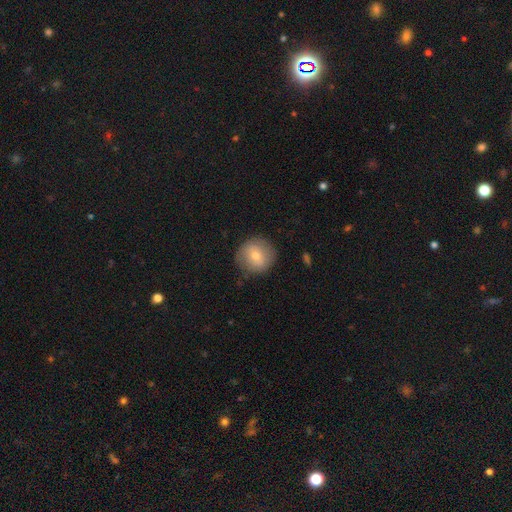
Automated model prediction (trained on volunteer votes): smooth_or_featured: smooth (p=0.69) [alt: featured or disk p=0.23]
how_rounded: round (p=0.91) [alt: in between p=0.08]
merging: none (p=0.82) [alt: minor disturbance p=0.13]